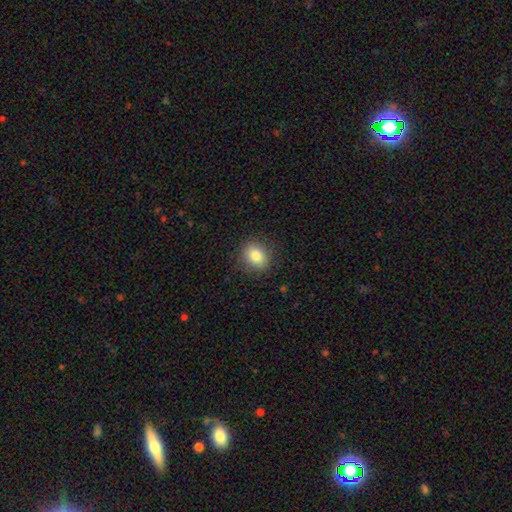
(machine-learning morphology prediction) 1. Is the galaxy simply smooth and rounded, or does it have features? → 83% smooth, 9% star or artifact, 7% featured or disk.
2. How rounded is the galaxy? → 57% round, 42% in between, 1% cigar-shaped.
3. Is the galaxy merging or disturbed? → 87% none, 10% minor disturbance, 3% major disturbance, 1% merger.